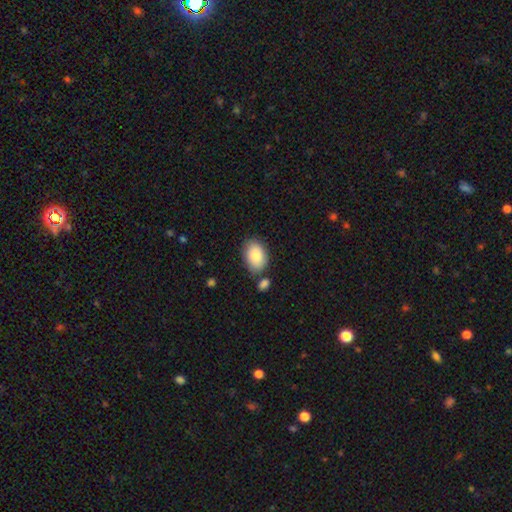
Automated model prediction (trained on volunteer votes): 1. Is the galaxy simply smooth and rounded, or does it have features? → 86% smooth, 8% featured or disk, 6% star or artifact.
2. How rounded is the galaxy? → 88% in between, 11% round, 1% cigar-shaped.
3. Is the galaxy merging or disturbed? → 71% none, 16% minor disturbance, 10% merger, 4% major disturbance.